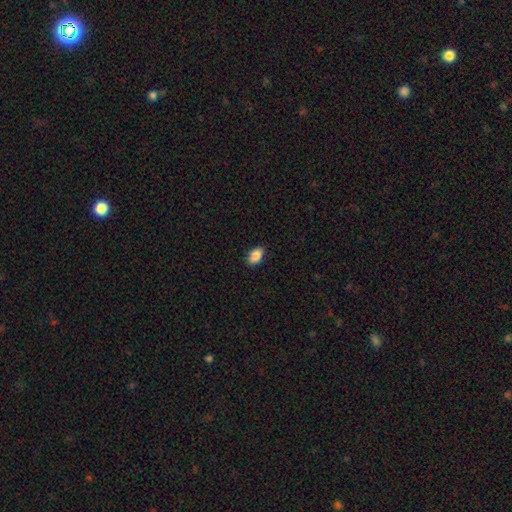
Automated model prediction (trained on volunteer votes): Q: Smooth or featured?
A: smooth (89%); runner-up: star or artifact (7%)
Q: How rounded?
A: in between (91%); runner-up: round (7%)
Q: Merging?
A: none (87%); runner-up: minor disturbance (10%)